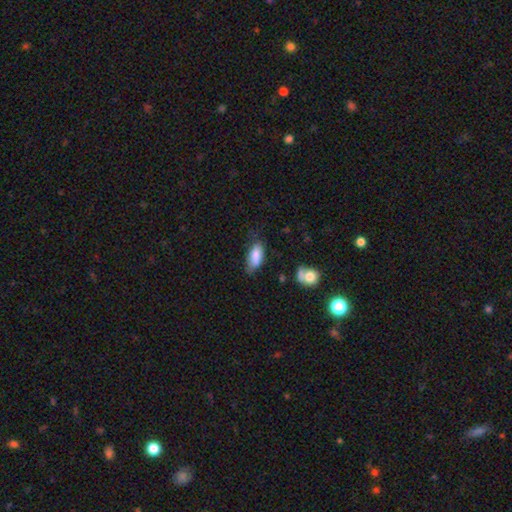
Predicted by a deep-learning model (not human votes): smooth 81%, featured or disk 11%, star or artifact 7%. Down the decision tree: how rounded — in between (84%); merging — none (53%).